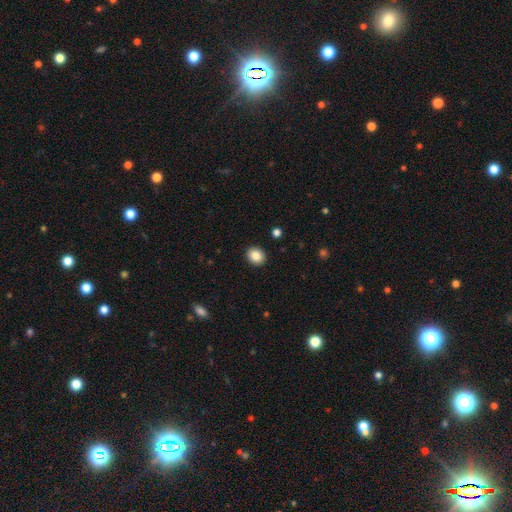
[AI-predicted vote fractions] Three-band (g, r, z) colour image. It shows a smooth galaxy with no disk features (86%) that is round (69%). Merging: none (92%).